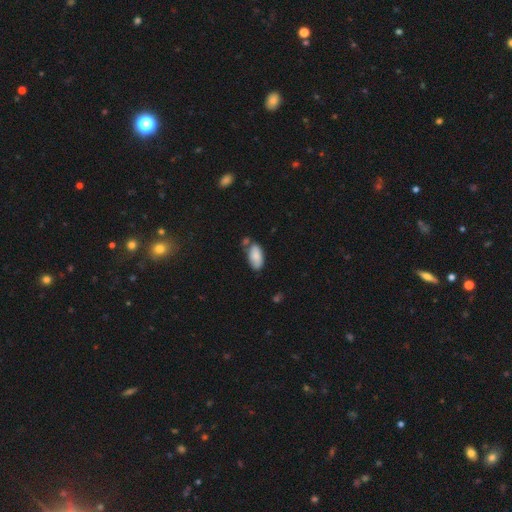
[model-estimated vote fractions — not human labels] Morphology: type=smooth (83%); roundness=in between (93%); merging=none (58%).